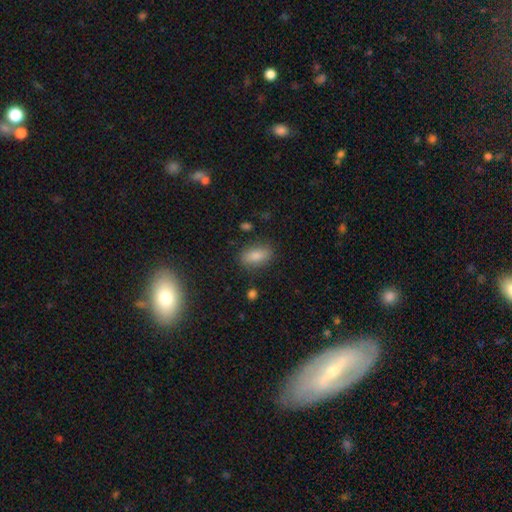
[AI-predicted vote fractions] smooth 80%, star or artifact 11%, featured or disk 10%. Down the decision tree: how rounded — in between (88%); merging — none (84%).